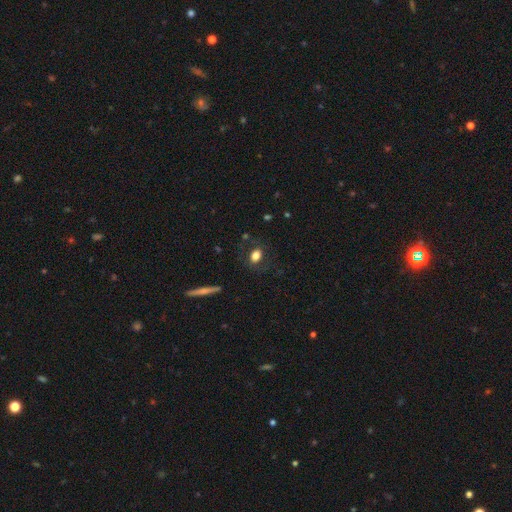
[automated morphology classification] Smooth or featured? Predicted: smooth (p=0.75). How rounded? Predicted: in between (p=0.66). Merging? Predicted: none (p=0.78).